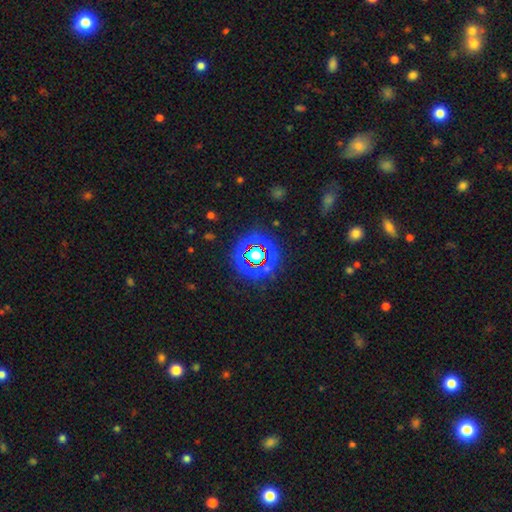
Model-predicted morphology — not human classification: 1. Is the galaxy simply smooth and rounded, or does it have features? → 71% star or artifact, 19% smooth, 10% featured or disk.